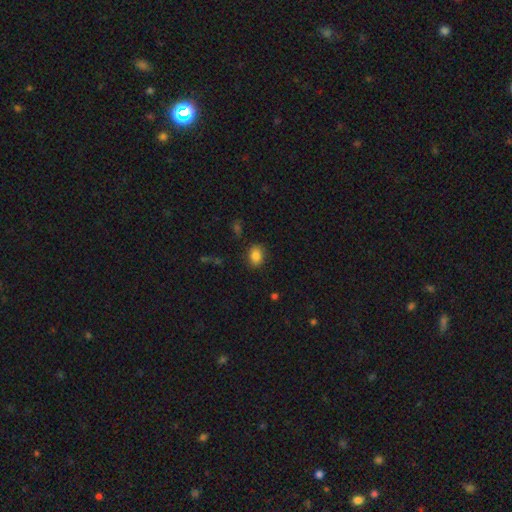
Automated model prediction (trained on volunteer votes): A smooth galaxy with no disk features (85%) that is in between round and cigar-shaped (65%). Merging: none (84%).